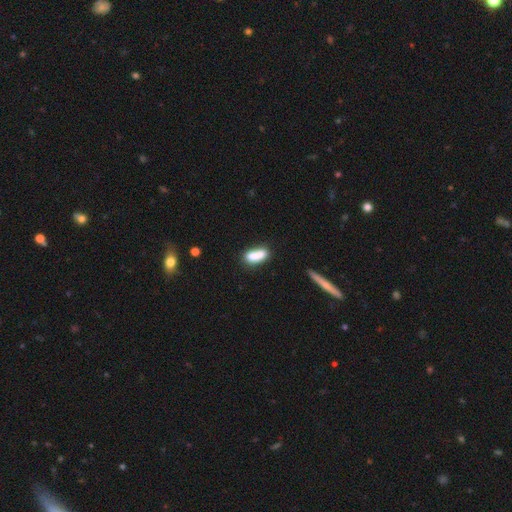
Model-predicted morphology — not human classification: Overall: smooth (73%). How rounded: in between (73%). Merging: merger (45%; none 34%).